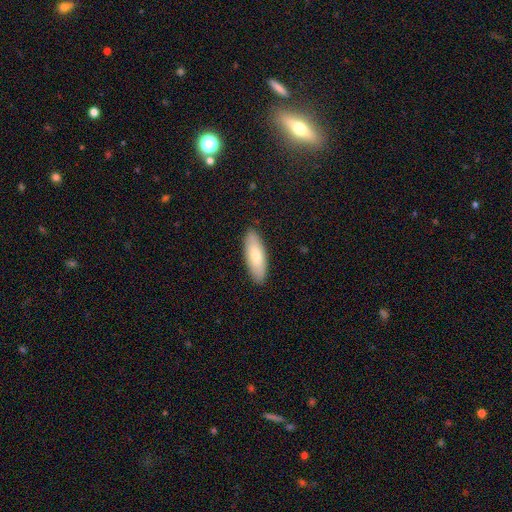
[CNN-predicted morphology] smooth 73%, featured or disk 22%, star or artifact 5%. Down the decision tree: how rounded — in between (64%); merging — none (89%).